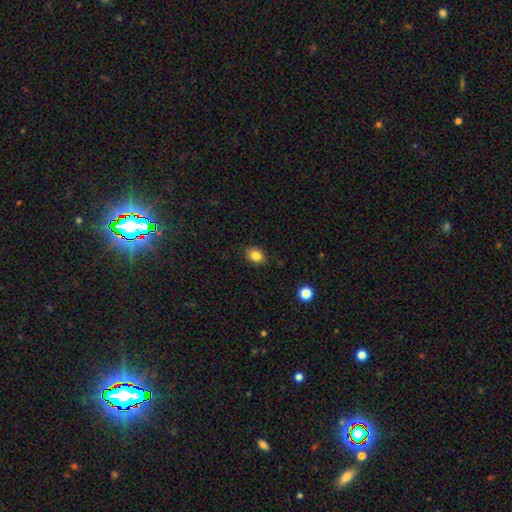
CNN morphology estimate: smooth_or_featured: smooth (p=0.84) [alt: star or artifact p=0.10]
how_rounded: in between (p=0.69) [alt: round p=0.30]
merging: none (p=0.85) [alt: minor disturbance p=0.11]